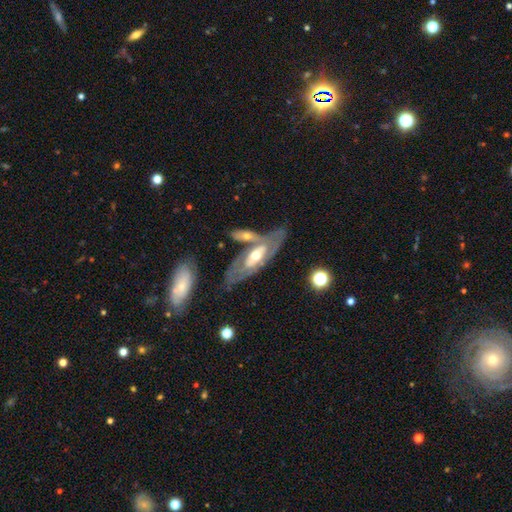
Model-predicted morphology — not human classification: Smooth or featured?
  - featured or disk: 76% *
  - smooth: 19%
  - star or artifact: 5%
Edge-on disk?
  - no: 79% *
  - yes: 21%
Bar?
  - no: 65% *
  - weak: 23%
  - strong: 13%
Spiral arms?
  - yes: 56% *
  - no: 44%
Bulge size?
  - moderate: 69% *
  - small: 20%
  - large: 9%
  - none: 1%
  - dominant: 1%
Merging?
  - none: 53% *
  - merger: 23%
  - minor disturbance: 16%
  - major disturbance: 9%